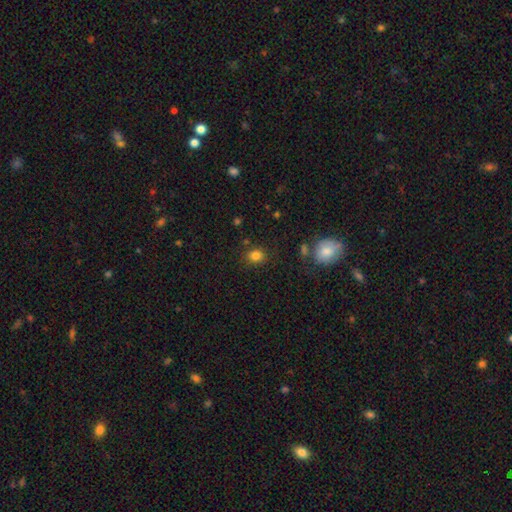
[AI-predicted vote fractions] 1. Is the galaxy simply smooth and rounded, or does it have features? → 81% smooth, 13% star or artifact, 6% featured or disk.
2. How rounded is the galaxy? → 59% round, 40% in between, 1% cigar-shaped.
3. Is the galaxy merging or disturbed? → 82% none, 11% minor disturbance, 4% major disturbance, 4% merger.